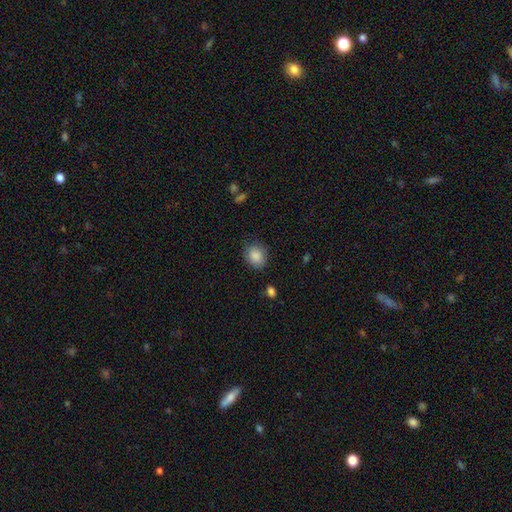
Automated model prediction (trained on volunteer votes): Smooth or featured: smooth — 88% (star or artifact — 8%)
How rounded: round — 56% (in between — 43%)
Merging: none — 80% (minor disturbance — 15%)